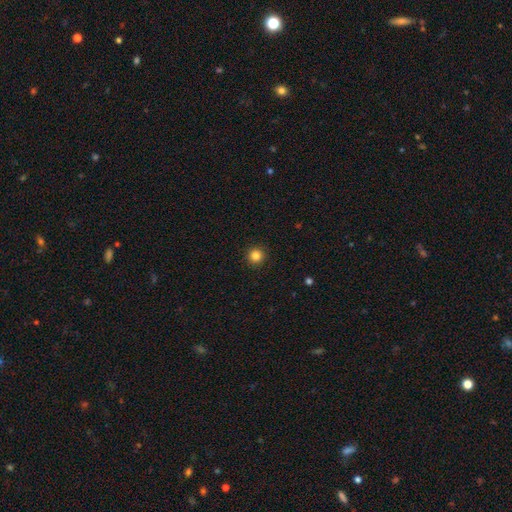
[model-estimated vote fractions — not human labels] The model was most divided on "smooth or featured": smooth: 85%, star or artifact: 11%, featured or disk: 4%. More confident: how rounded — round (96%); merging — none (93%).